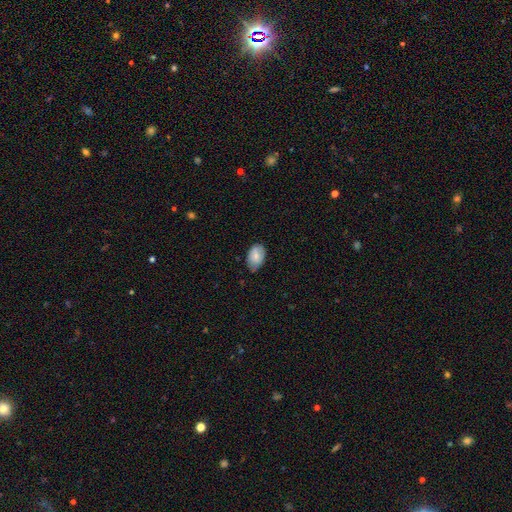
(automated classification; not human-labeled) Smooth or featured?
  - smooth: 77% *
  - featured or disk: 17%
  - star or artifact: 7%
How rounded?
  - in between: 90% *
  - round: 9%
  - cigar-shaped: 1%
Merging?
  - none: 66% *
  - minor disturbance: 29%
  - major disturbance: 4%
  - merger: 1%